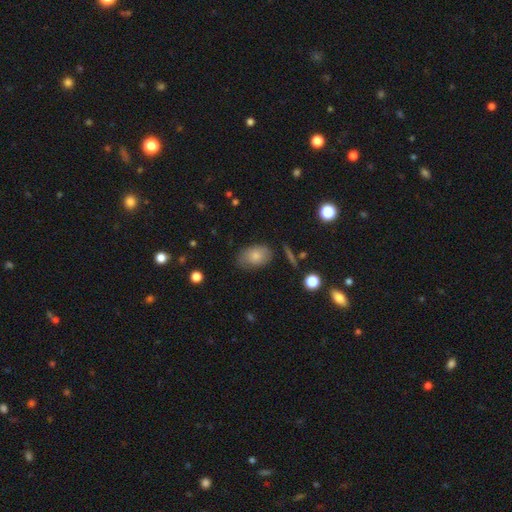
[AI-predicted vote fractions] A smooth galaxy with no disk features (78%) that is in between round and cigar-shaped (86%). Merging: none (73%).